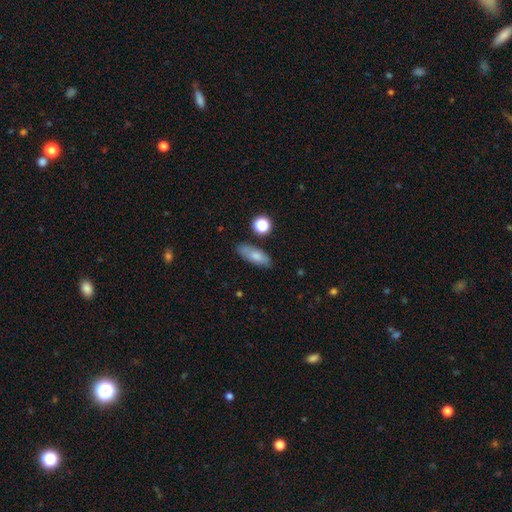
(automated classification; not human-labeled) smooth 77%, featured or disk 15%, star or artifact 8%. Down the decision tree: how rounded — in between (72%); merging — none (78%).